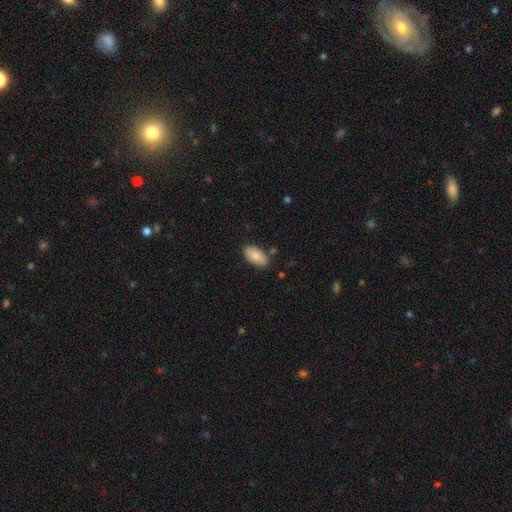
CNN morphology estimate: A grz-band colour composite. It shows a smooth galaxy with no disk features (79%) that is in between round and cigar-shaped (94%). Merging: none (83%).